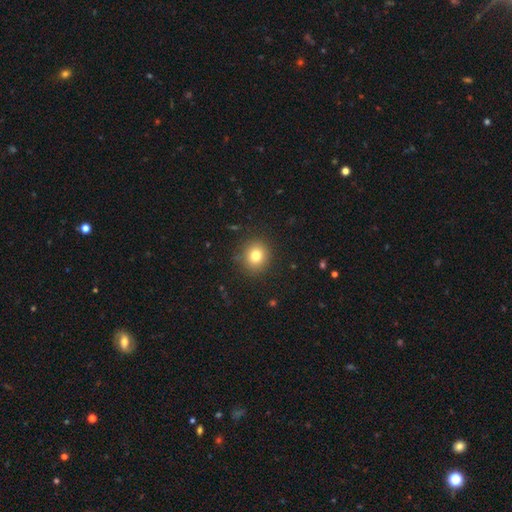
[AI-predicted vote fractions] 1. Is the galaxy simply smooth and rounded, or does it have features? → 79% smooth, 13% star or artifact, 9% featured or disk.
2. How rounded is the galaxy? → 86% round, 13% in between, 1% cigar-shaped.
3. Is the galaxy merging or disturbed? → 88% none, 8% minor disturbance, 3% major disturbance, 1% merger.